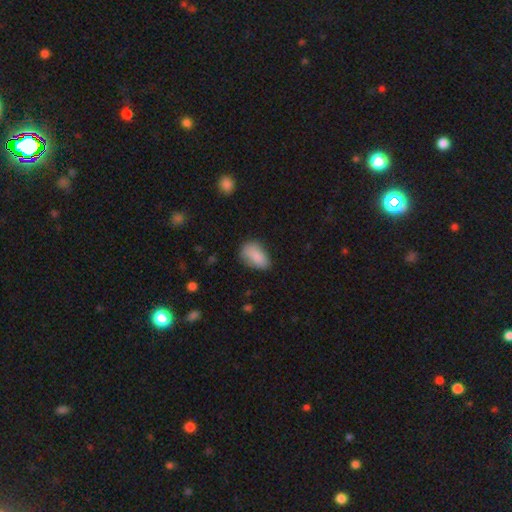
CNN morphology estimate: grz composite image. It shows a smooth galaxy with no disk features (86%) that is in between round and cigar-shaped (91%). Merging: none (66%).